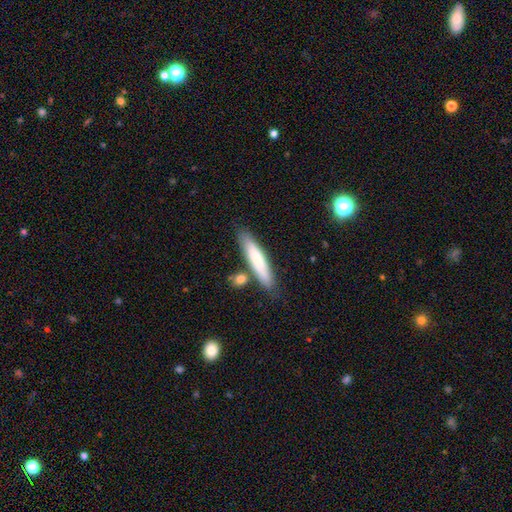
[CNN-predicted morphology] smooth_or_featured: smooth (p=0.70) [alt: featured or disk p=0.23]
how_rounded: cigar-shaped (p=0.88) [alt: in between p=0.10]
merging: none (p=0.81) [alt: minor disturbance p=0.11]